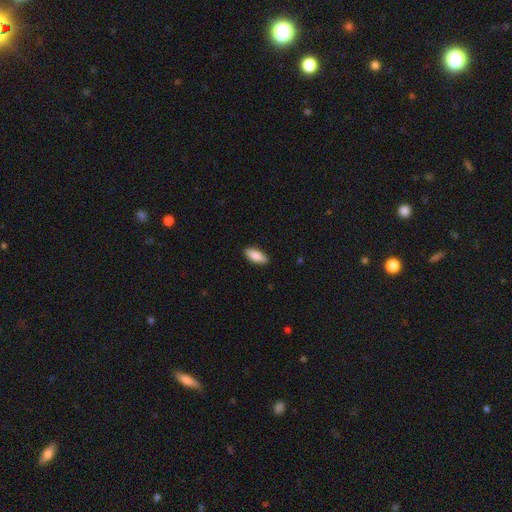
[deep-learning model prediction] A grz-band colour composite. It shows a smooth galaxy with no disk features (87%) that is in between round and cigar-shaped (82%). Merging: none (88%).